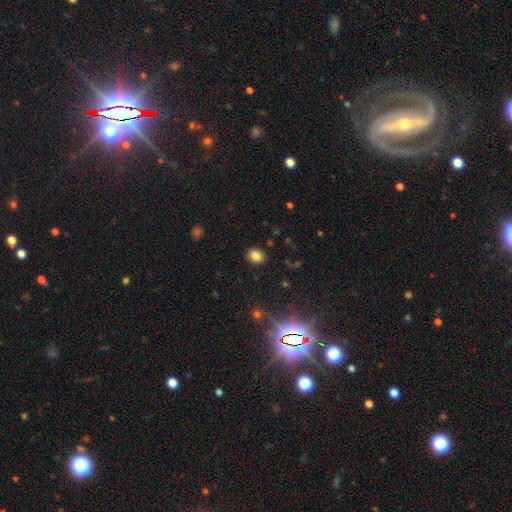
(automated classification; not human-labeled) smooth_or_featured: smooth (p=0.82) [alt: star or artifact p=0.12]
how_rounded: round (p=0.53) [alt: in between p=0.46]
merging: none (p=0.89) [alt: minor disturbance p=0.07]